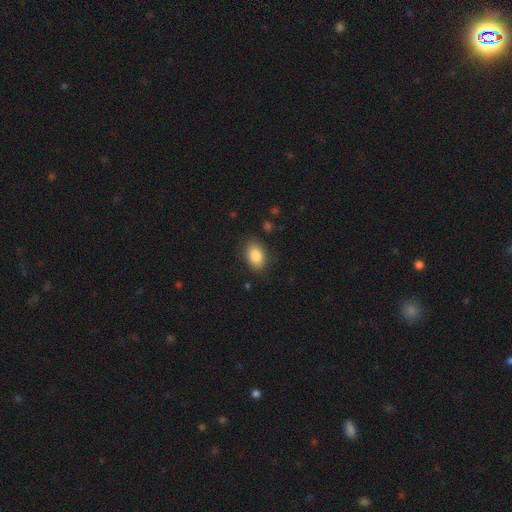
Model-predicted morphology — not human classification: The model was most divided on "how rounded": in between: 84%, round: 15%, cigar-shaped: 1%. More confident: smooth or featured — smooth (85%); merging — none (83%).